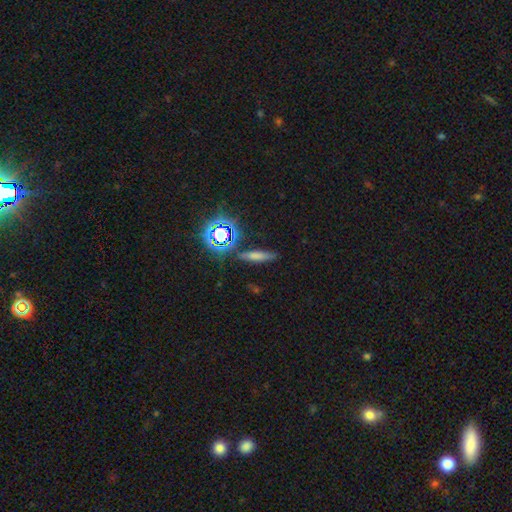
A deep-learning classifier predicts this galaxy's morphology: type=smooth (60%); roundness=cigar-shaped (74%); merging=none (80%).